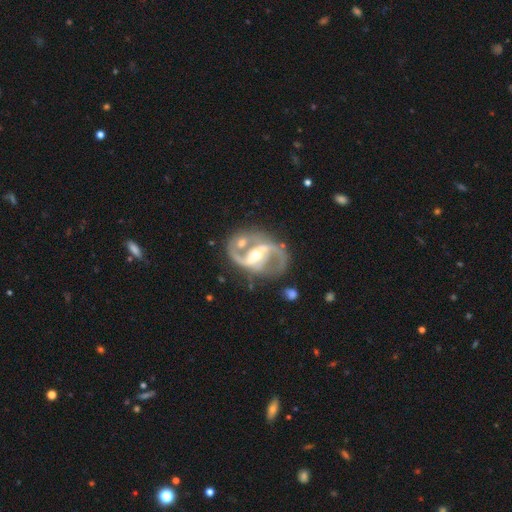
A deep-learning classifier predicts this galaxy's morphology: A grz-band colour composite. It shows a featured or disk galaxy (92%) with a strong bar (51%), 2 (92%) medium (58%) spiral arms (97%) and a moderate central bulge (55%). Merging: none (65%).